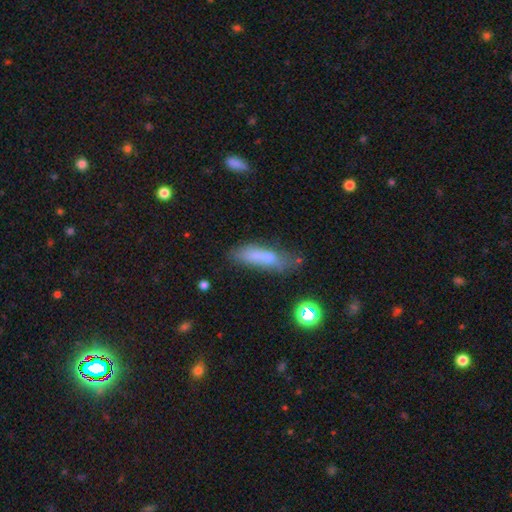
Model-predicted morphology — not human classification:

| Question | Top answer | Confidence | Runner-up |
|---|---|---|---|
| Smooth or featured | smooth | 62% | featured or disk (25%) |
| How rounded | cigar-shaped | 61% | in between (36%) |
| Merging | none | 49% | minor disturbance (24%) |